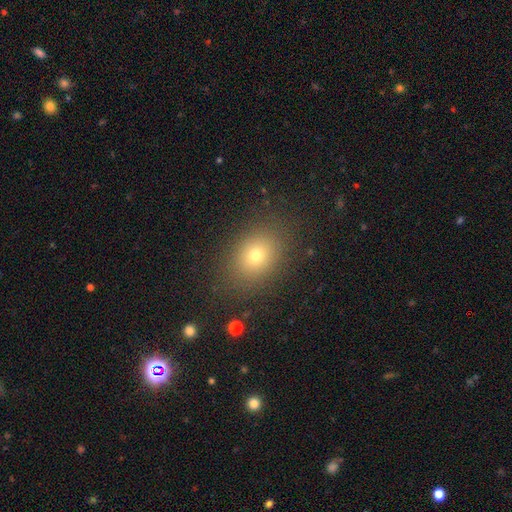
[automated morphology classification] Smooth or featured?
  - smooth: 72% *
  - star or artifact: 15%
  - featured or disk: 13%
How rounded?
  - in between: 60% *
  - round: 39%
  - cigar-shaped: 1%
Merging?
  - none: 84% *
  - minor disturbance: 10%
  - major disturbance: 5%
  - merger: 1%